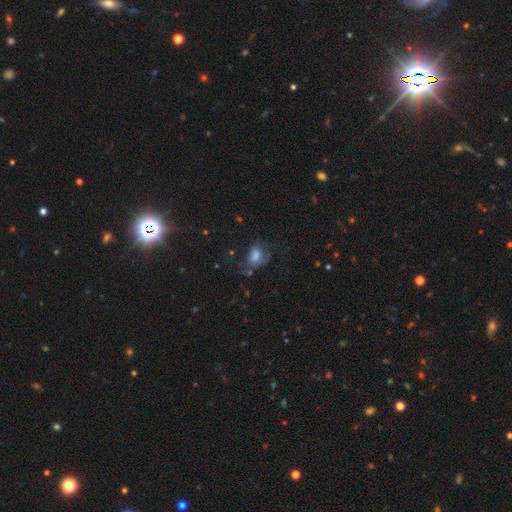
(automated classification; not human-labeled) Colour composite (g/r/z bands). It shows a smooth galaxy with no disk features (57%) that is in between round and cigar-shaped (68%). Merging: none (36%, tied with major disturbance).